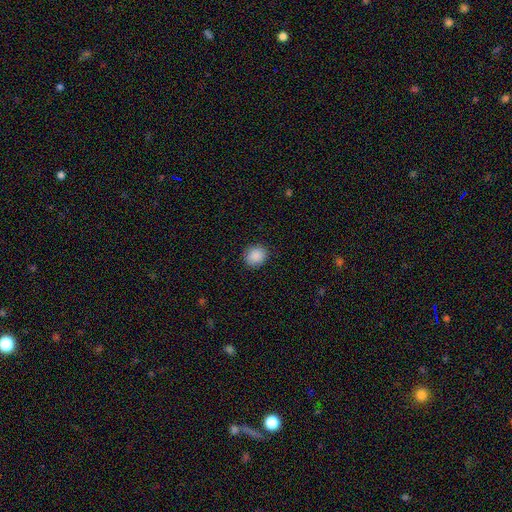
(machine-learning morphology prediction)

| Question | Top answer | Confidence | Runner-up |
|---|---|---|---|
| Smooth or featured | smooth | 89% | star or artifact (8%) |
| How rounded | round | 76% | in between (23%) |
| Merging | none | 88% | minor disturbance (9%) |